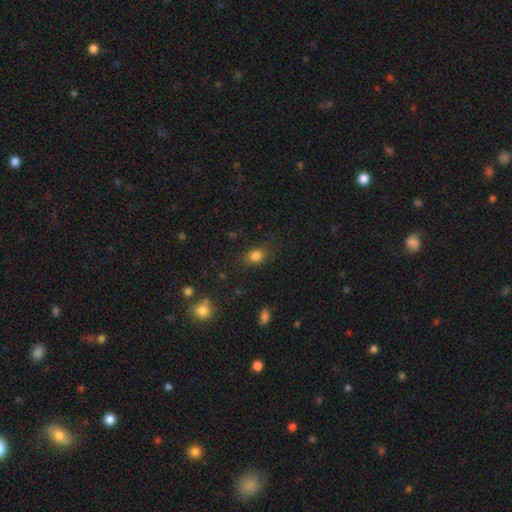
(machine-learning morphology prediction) Smooth or featured? Predicted: smooth (p=0.82). How rounded? Predicted: in between (p=0.59). Merging? Predicted: none (p=0.81).